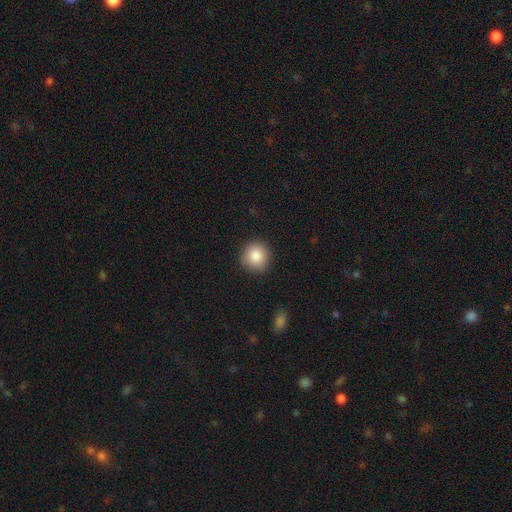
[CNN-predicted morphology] A smooth galaxy with no disk features (87%) that is round (92%). Merging: none (90%).